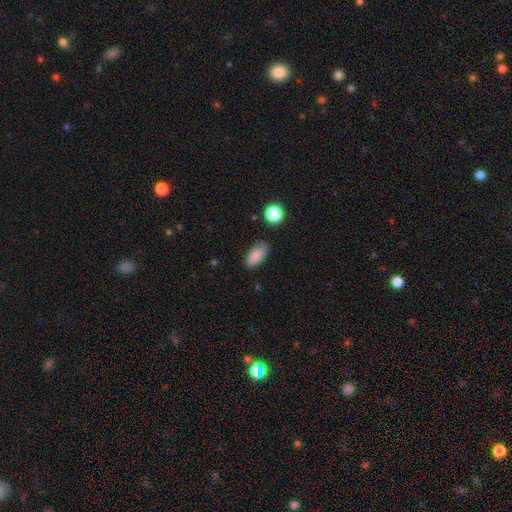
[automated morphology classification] Overall: smooth (86%). How rounded: in between (90%). Merging: none (82%).